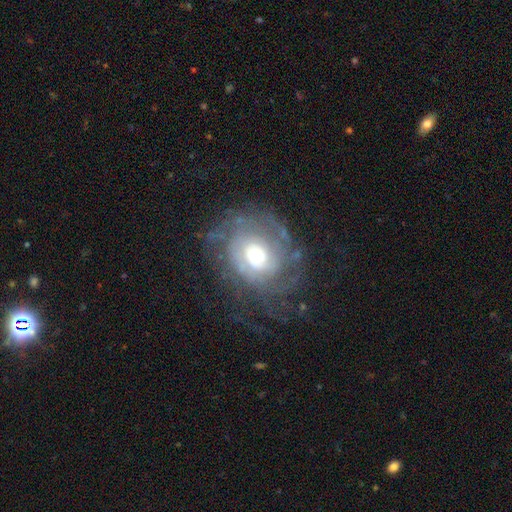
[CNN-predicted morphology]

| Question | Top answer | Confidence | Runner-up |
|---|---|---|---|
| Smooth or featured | featured or disk | 79% | smooth (14%) |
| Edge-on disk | no | 97% | yes (3%) |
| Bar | no | 69% | weak (25%) |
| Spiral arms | yes | 88% | no (12%) |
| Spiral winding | tight | 65% | medium (26%) |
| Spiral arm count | can't tell | 48% | 2 (20%) |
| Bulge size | moderate | 61% | small (18%) |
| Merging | none | 66% | minor disturbance (18%) |